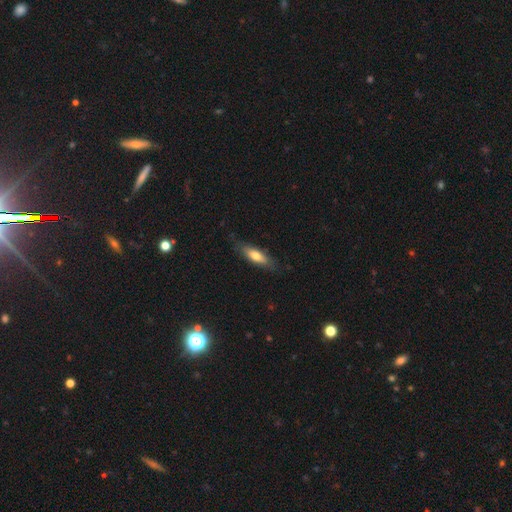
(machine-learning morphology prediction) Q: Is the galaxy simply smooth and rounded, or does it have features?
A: smooth — 68%.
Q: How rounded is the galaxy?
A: in between — 51%.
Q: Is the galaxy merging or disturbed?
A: none — 77%.